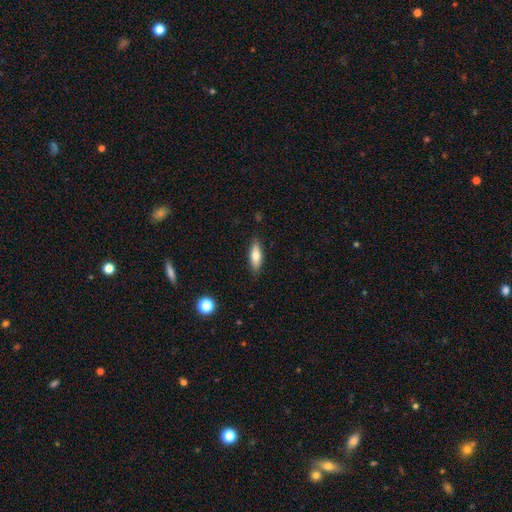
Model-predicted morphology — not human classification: A smooth galaxy with no disk features (74%) that is in between round and cigar-shaped (58%). Merging: none (87%).